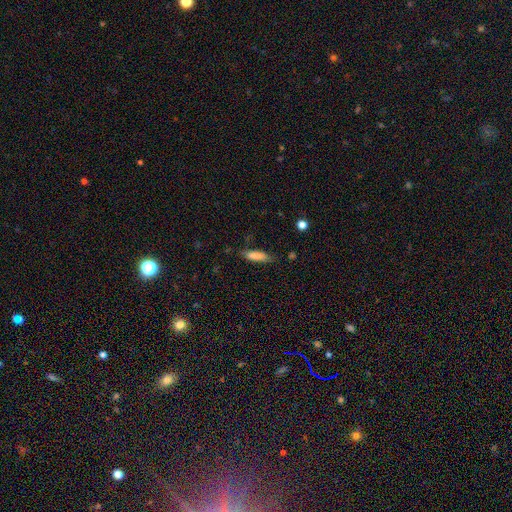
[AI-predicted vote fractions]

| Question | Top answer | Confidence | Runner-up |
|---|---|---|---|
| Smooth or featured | smooth | 81% | featured or disk (12%) |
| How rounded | cigar-shaped | 62% | in between (36%) |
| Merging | none | 72% | minor disturbance (21%) |